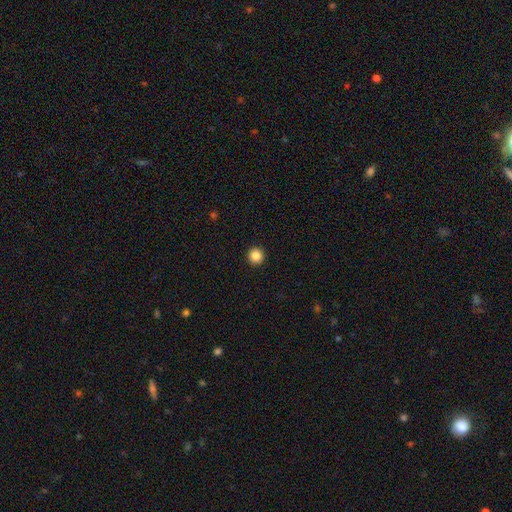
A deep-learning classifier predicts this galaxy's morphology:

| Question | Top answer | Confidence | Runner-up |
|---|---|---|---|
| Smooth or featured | smooth | 85% | star or artifact (11%) |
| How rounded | round | 96% | in between (3%) |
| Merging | none | 94% | minor disturbance (4%) |